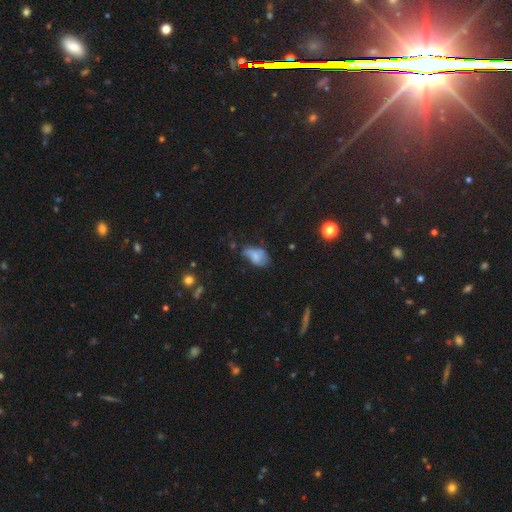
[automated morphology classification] A smooth galaxy with no disk features (57%) that is in between round and cigar-shaped (88%). Merging: minor disturbance (35%).